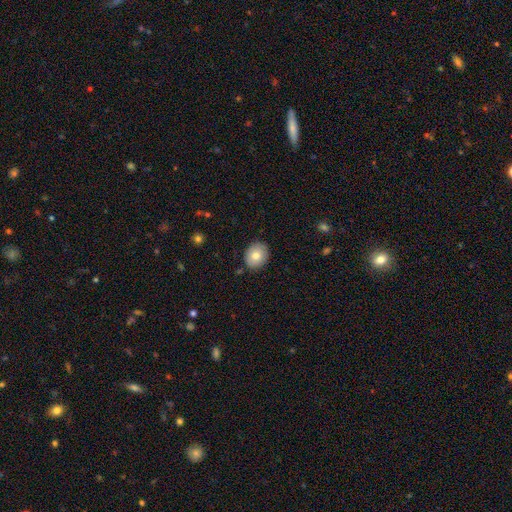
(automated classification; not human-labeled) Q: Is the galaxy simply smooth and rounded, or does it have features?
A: smooth — 76%.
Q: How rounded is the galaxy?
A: round — 57%.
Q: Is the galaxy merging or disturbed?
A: none — 86%.